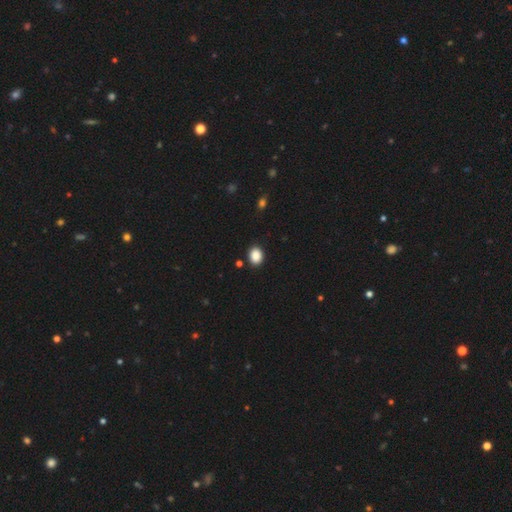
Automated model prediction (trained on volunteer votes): Smooth or featured? Predicted: smooth (p=0.88). How rounded? Predicted: in between (p=0.57). Merging? Predicted: none (p=0.88).